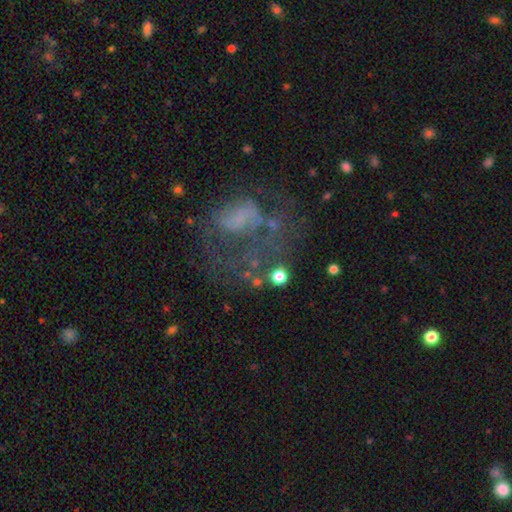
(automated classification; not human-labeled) The model was most divided on "merging": major disturbance: 50%, none: 29%, minor disturbance: 14%, merger: 7%. More confident: edge-on disk — no (97%); smooth or featured — featured or disk (51%).